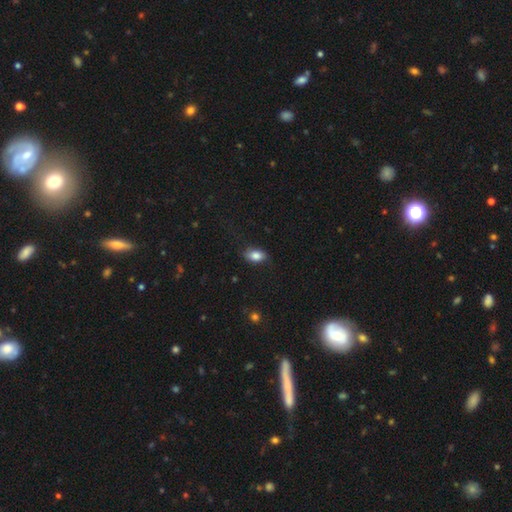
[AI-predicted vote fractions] smooth_or_featured: smooth (p=0.84) [alt: featured or disk p=0.08]
how_rounded: in between (p=0.89) [alt: round p=0.08]
merging: none (p=0.81) [alt: minor disturbance p=0.15]